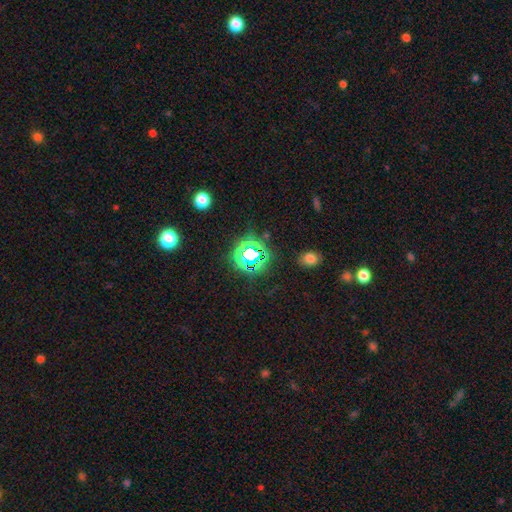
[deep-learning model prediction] smooth_or_featured: star or artifact (p=0.72) [alt: smooth p=0.19]